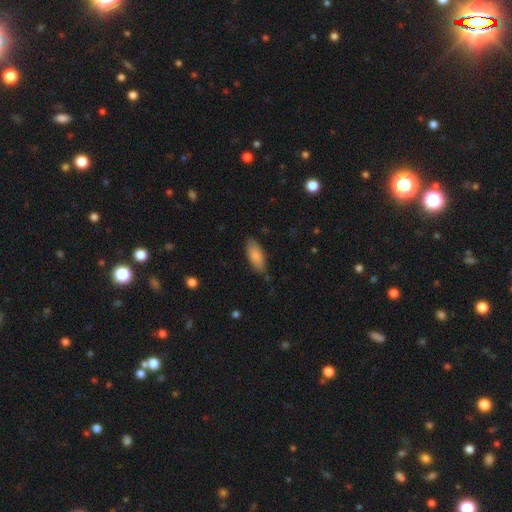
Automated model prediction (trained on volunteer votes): Smooth or featured?
  - smooth: 84% *
  - featured or disk: 10%
  - star or artifact: 6%
How rounded?
  - in between: 81% *
  - cigar-shaped: 17%
  - round: 2%
Merging?
  - none: 81% *
  - minor disturbance: 15%
  - major disturbance: 3%
  - merger: 1%